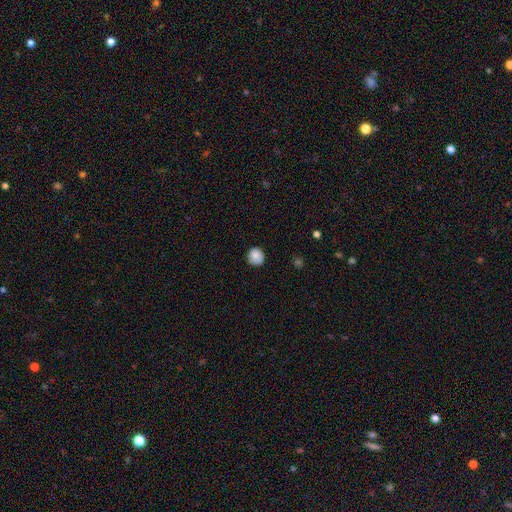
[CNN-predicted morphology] The model was most divided on "merging": none: 80%, minor disturbance: 16%, major disturbance: 3%, merger: 1%. More confident: how rounded — round (90%); smooth or featured — smooth (85%).